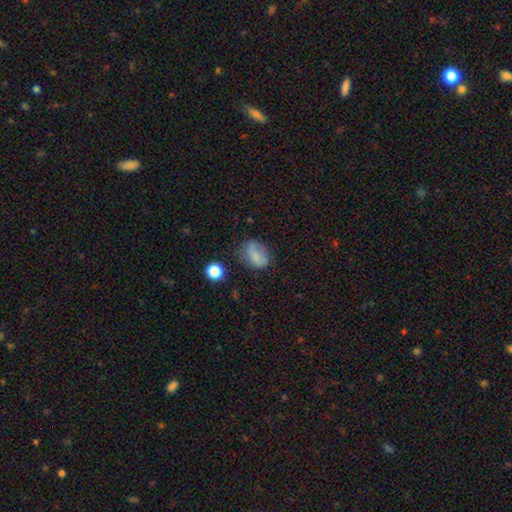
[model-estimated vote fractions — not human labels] A smooth galaxy with no disk features (75%) that is in between round and cigar-shaped (71%).

Vote fractions:
- Smooth or featured? smooth: 75% / featured or disk: 13% / star or artifact: 12%
- How rounded? in between: 71% / round: 27% / cigar-shaped: 1%
- Merging? none: 58% / minor disturbance: 27% / major disturbance: 12% / merger: 3%